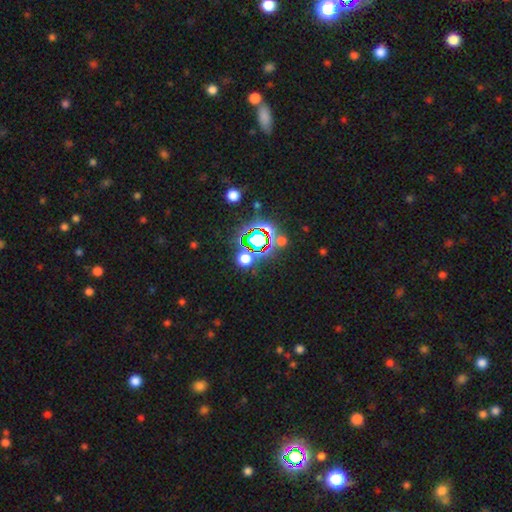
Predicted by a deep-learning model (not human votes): Q: Smooth or featured?
A: star or artifact (78%); runner-up: smooth (14%)